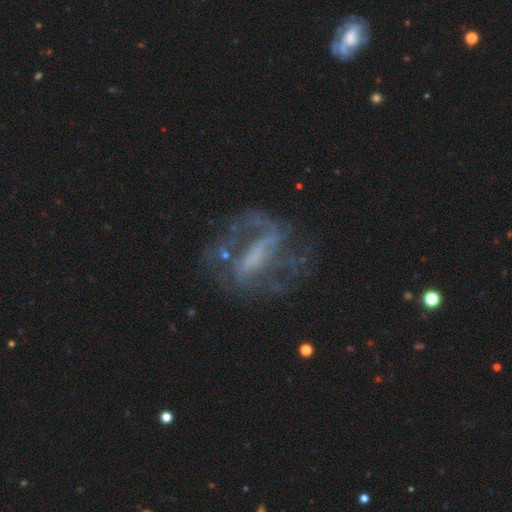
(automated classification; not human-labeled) This appears to be a featured or disk galaxy (80%) with a strong bar (51%), 2 (58%) medium (43%) spiral arms (80%) and no central bulge (48%). Merging: none (56%).